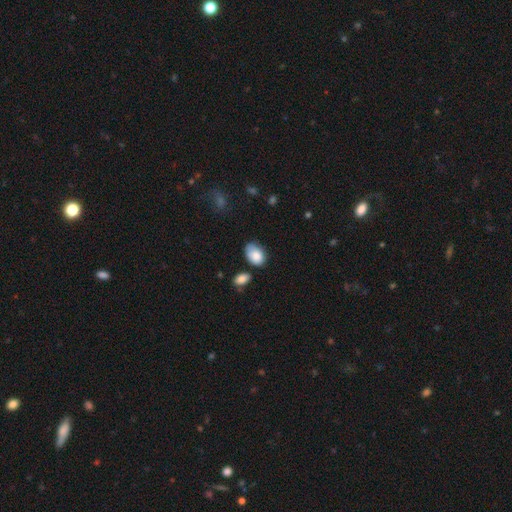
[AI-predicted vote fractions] A smooth galaxy with no disk features (82%) that is in between round and cigar-shaped (86%).

Vote fractions:
- Smooth or featured? smooth: 82% / featured or disk: 11% / star or artifact: 8%
- How rounded? in between: 86% / round: 13% / cigar-shaped: 1%
- Merging? none: 44% / minor disturbance: 35% / major disturbance: 11% / merger: 10%